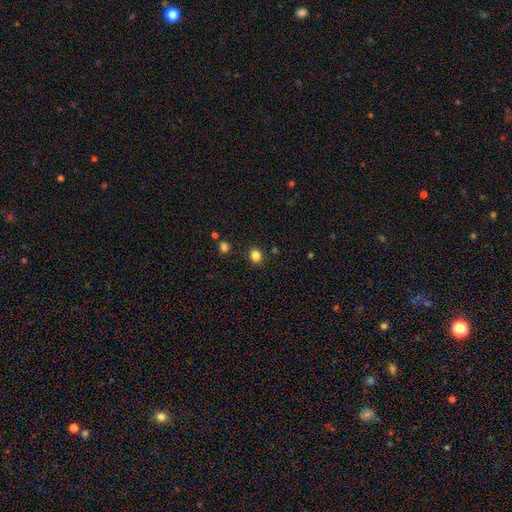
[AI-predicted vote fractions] The model was most divided on "how rounded": round: 72%, in between: 27%, cigar-shaped: 1%. More confident: merging — none (89%); smooth or featured — smooth (84%).